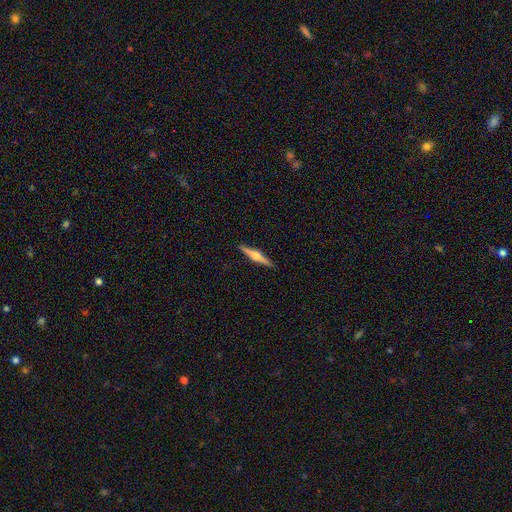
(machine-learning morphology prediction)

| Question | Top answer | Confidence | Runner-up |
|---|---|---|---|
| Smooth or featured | featured or disk | 72% | smooth (23%) |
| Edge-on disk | yes | 98% | no (2%) |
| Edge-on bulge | rounded | 92% | boxy (5%) |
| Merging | none | 92% | minor disturbance (6%) |